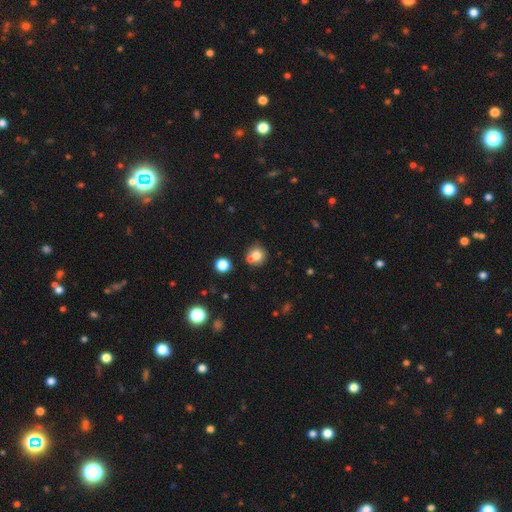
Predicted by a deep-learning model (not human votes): Morphology: type=smooth (77%); roundness=round (88%); merging=none (59%).